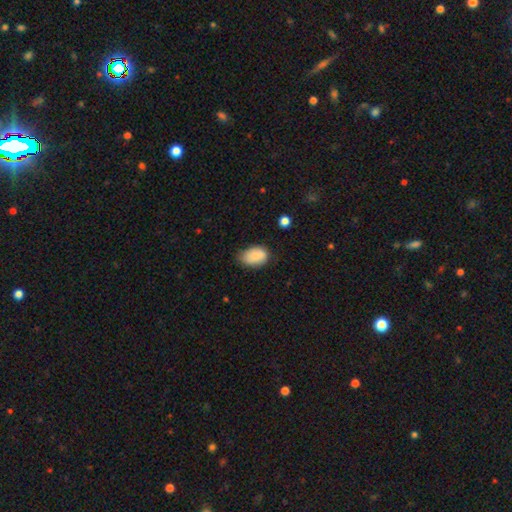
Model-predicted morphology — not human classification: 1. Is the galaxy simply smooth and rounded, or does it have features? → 86% smooth, 7% star or artifact, 6% featured or disk.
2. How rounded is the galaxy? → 89% in between, 10% round, 1% cigar-shaped.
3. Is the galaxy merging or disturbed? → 60% none, 32% minor disturbance, 6% major disturbance, 2% merger.